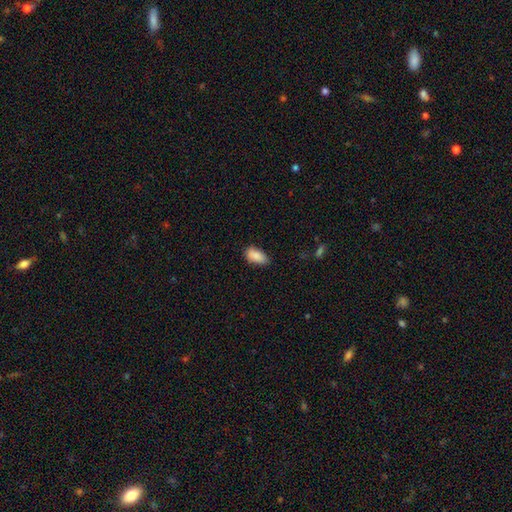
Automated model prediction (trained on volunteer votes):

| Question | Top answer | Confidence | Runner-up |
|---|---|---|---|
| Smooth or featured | smooth | 89% | star or artifact (7%) |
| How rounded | in between | 92% | cigar-shaped (5%) |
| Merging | none | 73% | minor disturbance (22%) |